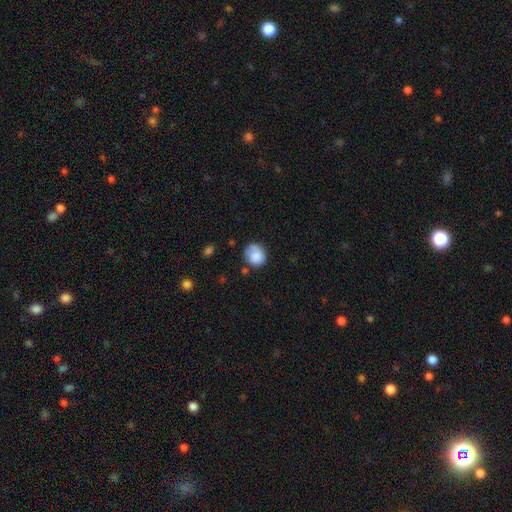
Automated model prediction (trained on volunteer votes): Morphology: type=smooth (82%); roundness=round (77%); merging=none (66%).